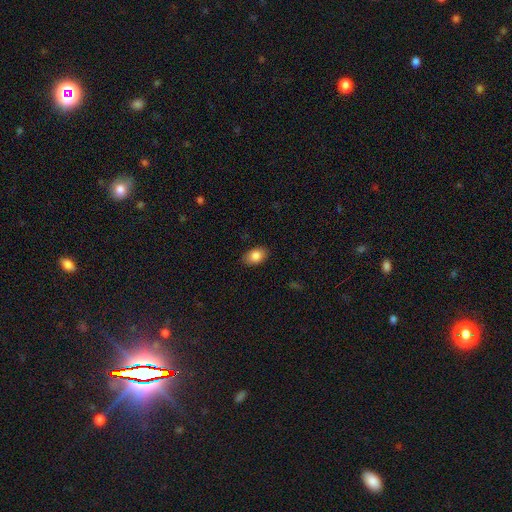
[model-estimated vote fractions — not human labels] Smooth or featured? smooth (85%)
How rounded? in between (87%)
Merging? none (87%)